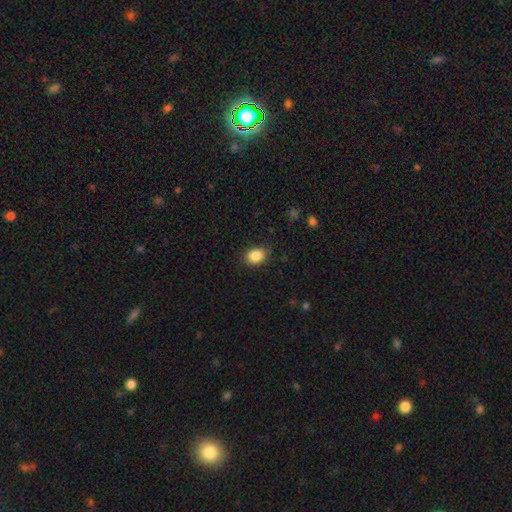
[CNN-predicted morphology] This appears to be a smooth galaxy with no disk features (87%) that is in between round and cigar-shaped (53%). Merging: none (83%).